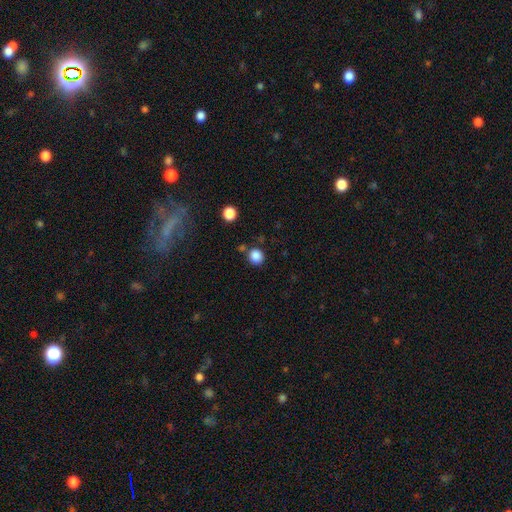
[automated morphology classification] A smooth galaxy with no disk features (86%) that is round (87%). Merging: none (80%).